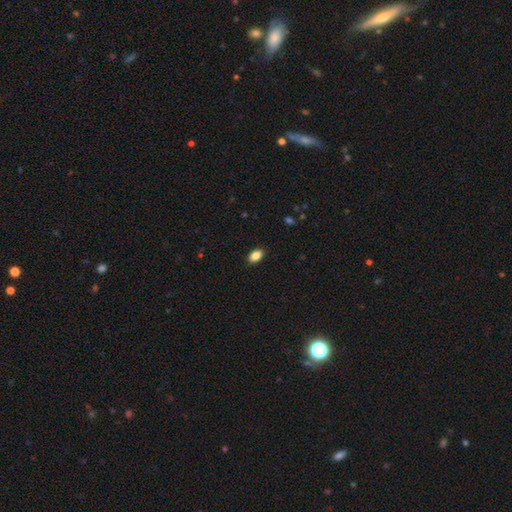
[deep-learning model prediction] Smooth or featured? smooth (87%)
How rounded? in between (91%)
Merging? none (90%)